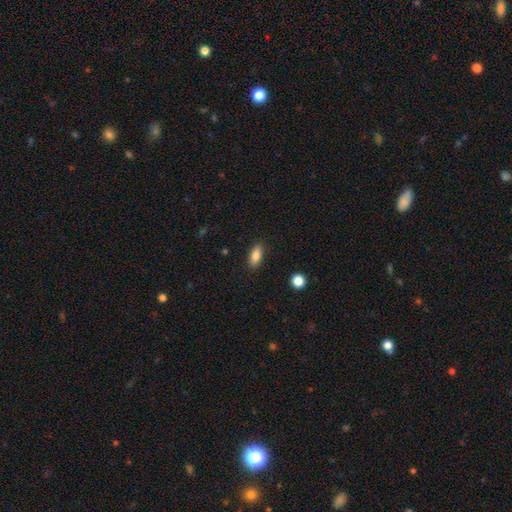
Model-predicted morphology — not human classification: smooth 84%, featured or disk 9%, star or artifact 7%. Down the decision tree: how rounded — in between (80%); merging — none (88%).